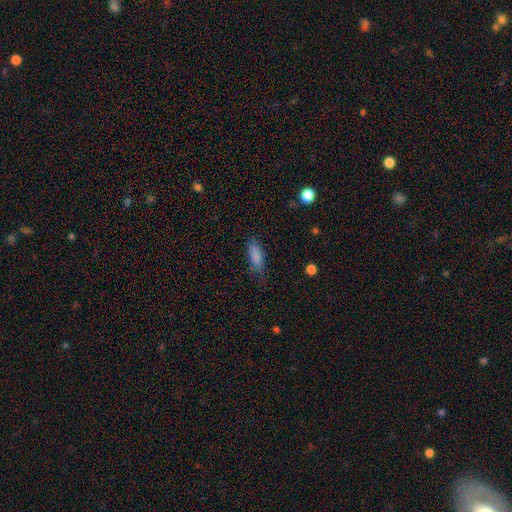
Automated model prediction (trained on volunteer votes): A smooth galaxy with no disk features (84%) that is in between round and cigar-shaped (64%). Merging: none (71%).